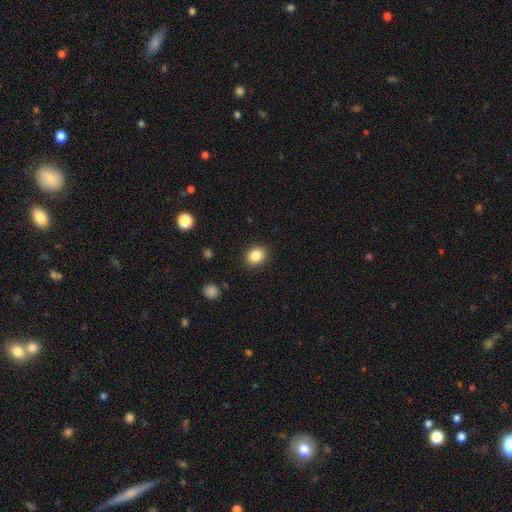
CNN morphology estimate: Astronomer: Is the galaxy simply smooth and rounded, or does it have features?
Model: smooth — 85%.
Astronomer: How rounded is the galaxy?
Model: round — 55% (runner-up: in between, 44%).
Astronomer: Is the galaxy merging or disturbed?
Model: none — 89%.